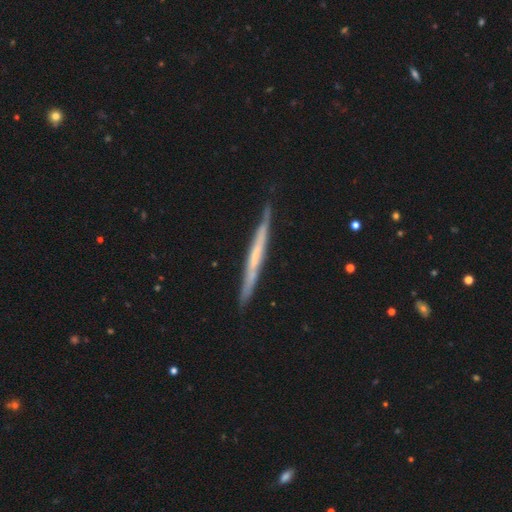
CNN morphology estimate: featured or disk 62%, smooth 32%, star or artifact 6%. Down the decision tree: edge-on disk — yes (96%); edge-on bulge — none (81%); merging — none (84%).